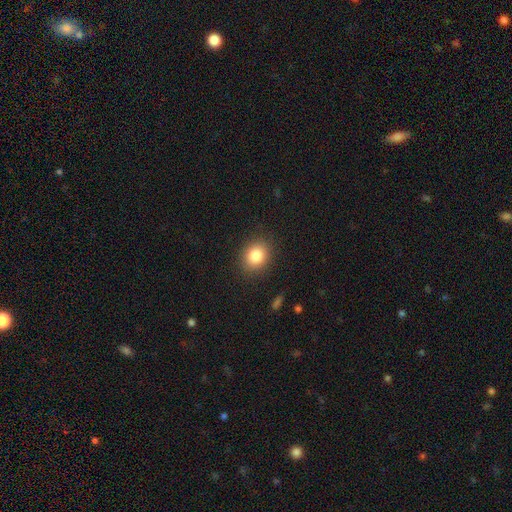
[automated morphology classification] smooth 83%, star or artifact 10%, featured or disk 7%. Down the decision tree: how rounded — round (67%); merging — none (88%).